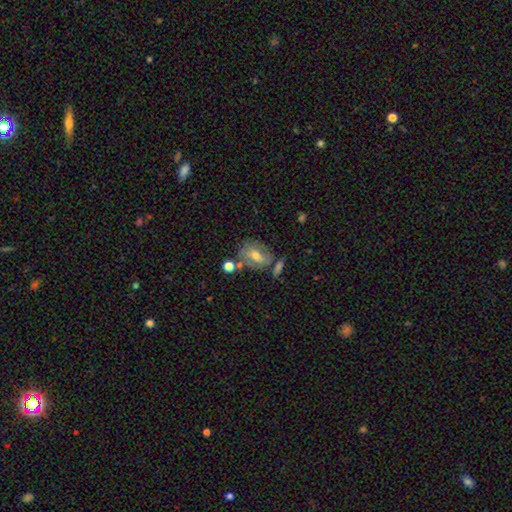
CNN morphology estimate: Smooth or featured: smooth — 48% (featured or disk — 42%)
Merging: none — 52% (merger — 19%)